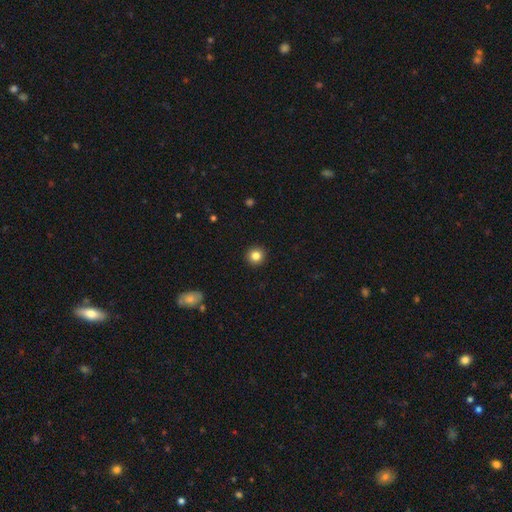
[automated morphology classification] Smooth or featured? smooth (83%)
How rounded? round (95%)
Merging? none (93%)